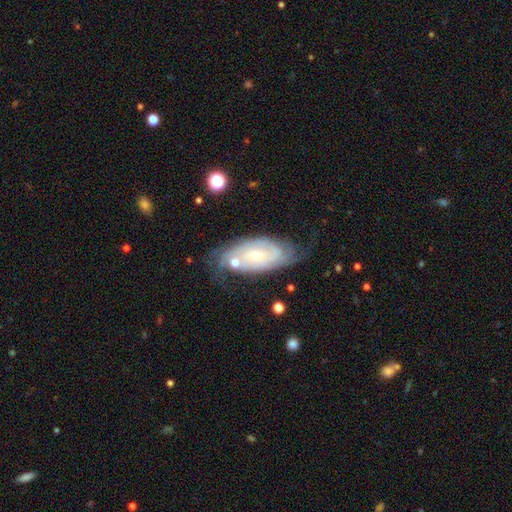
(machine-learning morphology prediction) Smooth or featured?
  - featured or disk: 77% *
  - smooth: 17%
  - star or artifact: 7%
Edge-on disk?
  - no: 93% *
  - yes: 7%
Bar?
  - no: 65% *
  - weak: 29%
  - strong: 6%
Spiral arms?
  - yes: 91% *
  - no: 9%
Spiral winding?
  - tight: 64% *
  - medium: 27%
  - loose: 9%
Spiral arm count?
  - can't tell: 44% *
  - 2: 31%
  - 3: 12%
  - 4: 5%
  - 1: 4%
  - more than 4: 3%
Bulge size?
  - small: 55% *
  - moderate: 40%
  - large: 2%
  - none: 2%
  - dominant: 1%
Merging?
  - none: 56% *
  - minor disturbance: 24%
  - major disturbance: 11%
  - merger: 8%